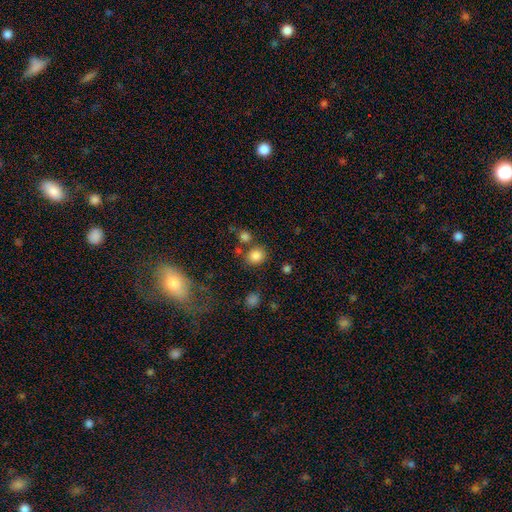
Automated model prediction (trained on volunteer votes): Smooth or featured? smooth (83%)
How rounded? round (81%)
Merging? none (75%)